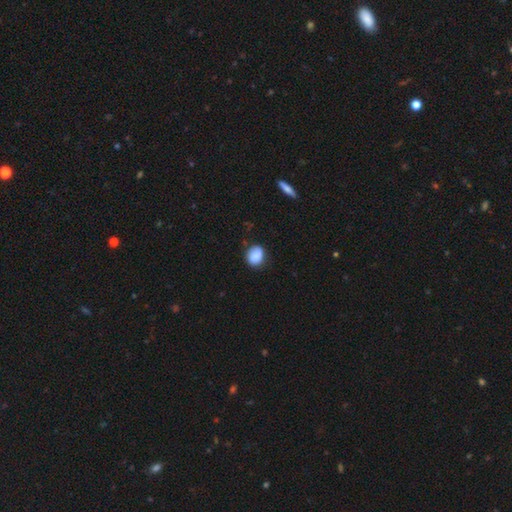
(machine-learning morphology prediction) Smooth or featured? smooth (87%)
How rounded? round (53%)
Merging? none (76%)